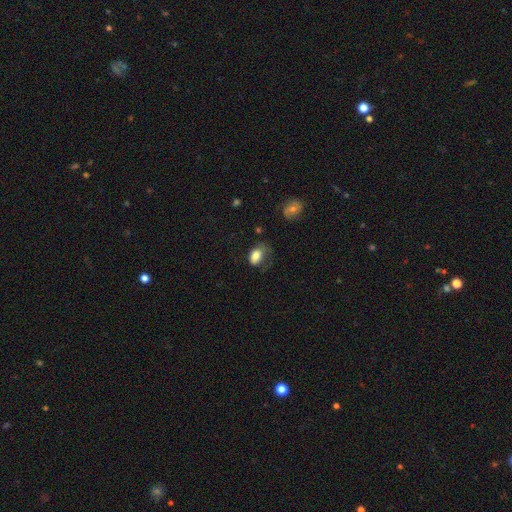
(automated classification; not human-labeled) The model was most divided on "merging": none: 38%, minor disturbance: 30%, major disturbance: 30%, merger: 3%. More confident: how rounded — in between (84%); smooth or featured — smooth (79%).